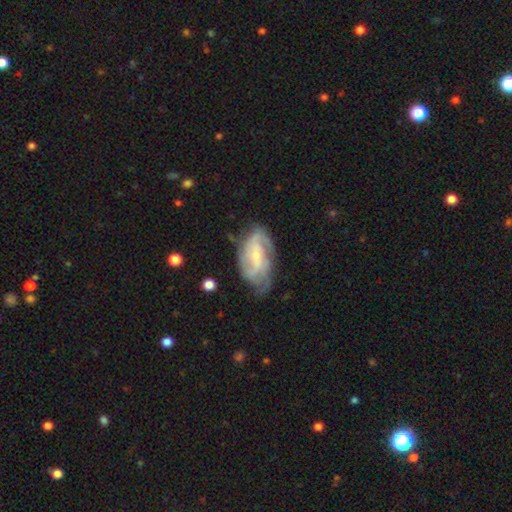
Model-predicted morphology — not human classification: A featured or disk galaxy (81%) with a weak bar (44%), 2 (43%) medium (44%) spiral arms (93%) and a small central bulge (69%). Merging: none (62%).